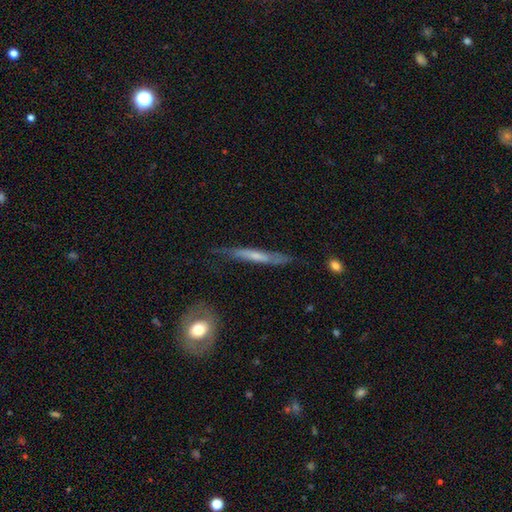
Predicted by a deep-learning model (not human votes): The model was most divided on "smooth or featured": featured or disk: 51%, smooth: 43%, star or artifact: 6%. More confident: edge-on disk — yes (83%); merging — none (69%).